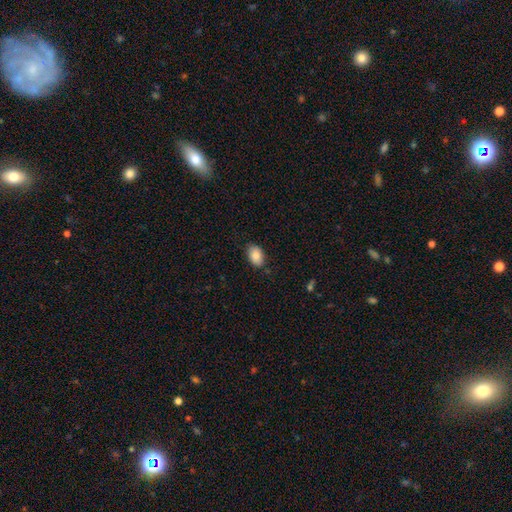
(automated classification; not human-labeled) Morphology: type=smooth (84%); roundness=in between (89%); merging=none (84%).